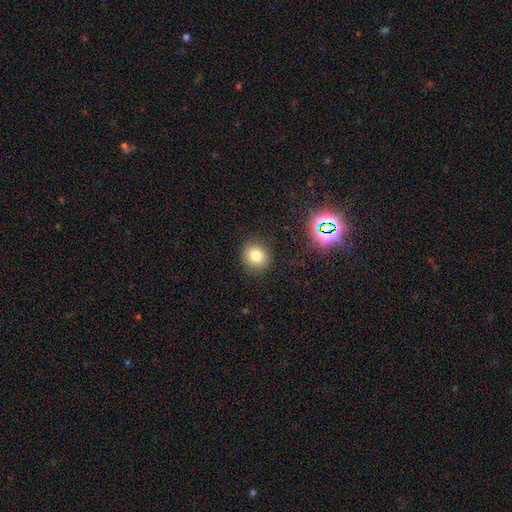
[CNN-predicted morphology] The model was most divided on "smooth or featured": smooth: 78%, star or artifact: 14%, featured or disk: 8%. More confident: merging — none (88%); how rounded — round (85%).